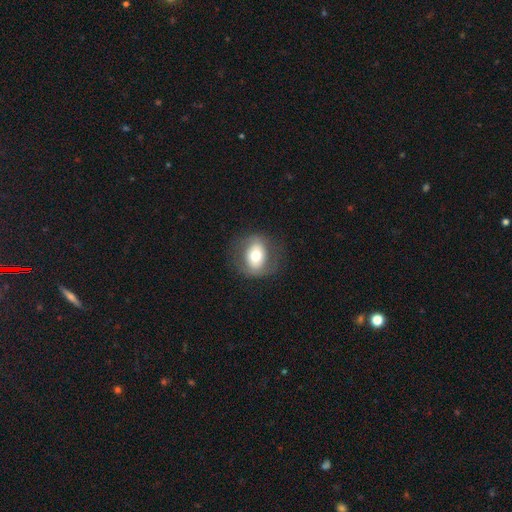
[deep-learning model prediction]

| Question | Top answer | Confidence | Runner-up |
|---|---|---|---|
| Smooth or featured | smooth | 57% | featured or disk (35%) |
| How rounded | round | 53% | in between (46%) |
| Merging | none | 75% | minor disturbance (15%) |